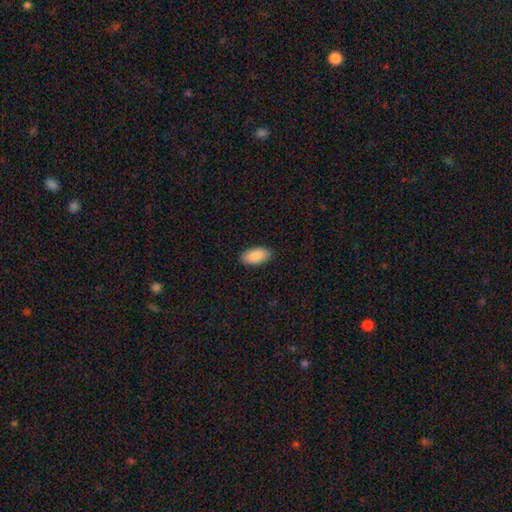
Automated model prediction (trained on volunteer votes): Smooth or featured: smooth — 90% (star or artifact — 6%)
How rounded: in between — 94% (cigar-shaped — 4%)
Merging: none — 89% (minor disturbance — 8%)